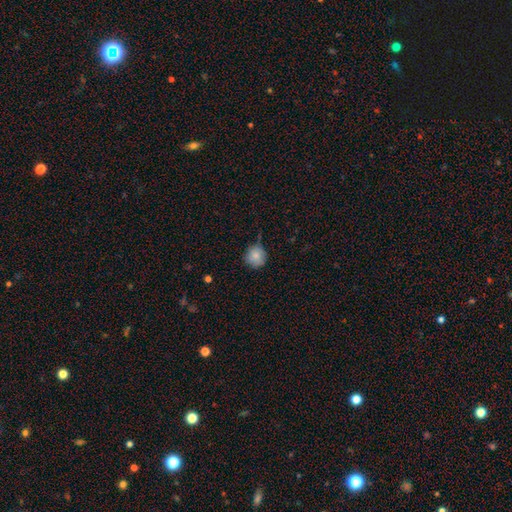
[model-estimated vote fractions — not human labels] A smooth galaxy with no disk features (85%) that is round (92%).

Vote fractions:
- Smooth or featured? smooth: 85% / star or artifact: 9% / featured or disk: 7%
- How rounded? round: 92% / in between: 7% / cigar-shaped: 1%
- Merging? none: 70% / minor disturbance: 24% / major disturbance: 4% / merger: 2%